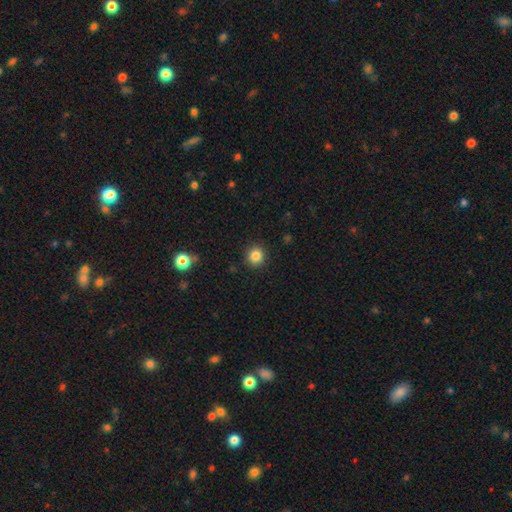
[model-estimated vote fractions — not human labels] The model was most divided on "smooth or featured": smooth: 84%, star or artifact: 11%, featured or disk: 5%. More confident: how rounded — round (92%); merging — none (91%).